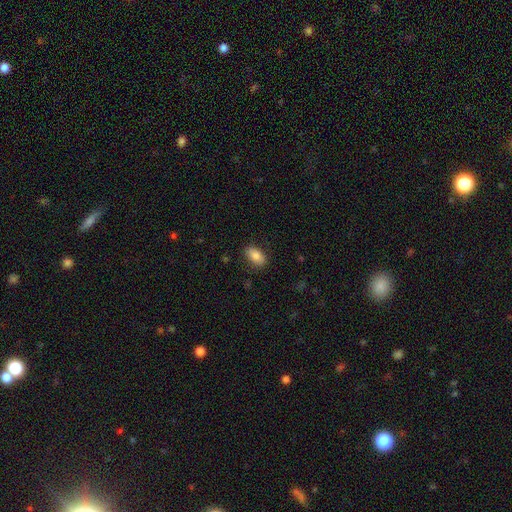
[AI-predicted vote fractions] Q: Smooth or featured?
A: smooth (83%); runner-up: featured or disk (9%)
Q: How rounded?
A: in between (91%); runner-up: round (5%)
Q: Merging?
A: none (86%); runner-up: minor disturbance (11%)